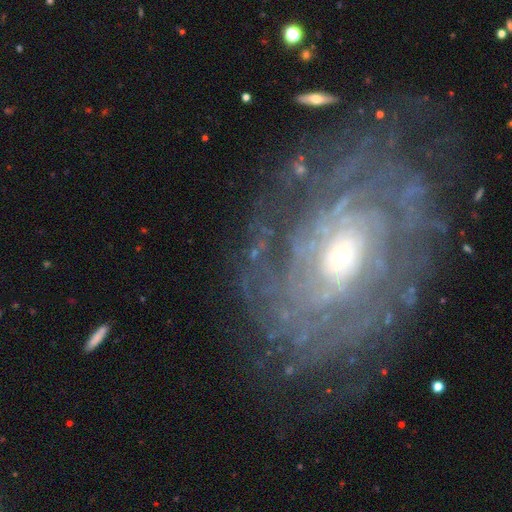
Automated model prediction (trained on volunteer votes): A featured or disk galaxy (84%) with no bar (73%), tight (73%) spiral arms (92%) and a small central bulge (60%). Merging: none (72%).